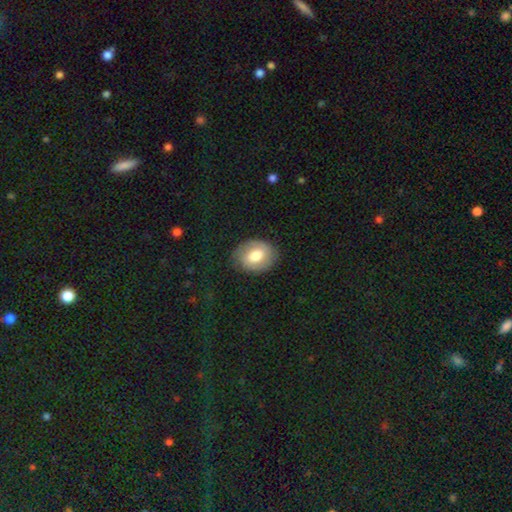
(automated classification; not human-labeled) Smooth or featured: smooth — 66% (featured or disk — 27%)
How rounded: in between — 64% (round — 35%)
Merging: none — 80% (minor disturbance — 14%)